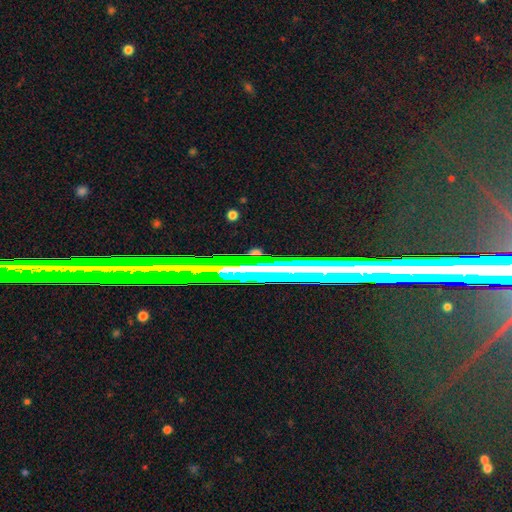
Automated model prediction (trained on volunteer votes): Smooth or featured? Predicted: featured or disk (p=0.44). Merging? Predicted: none (p=0.85).